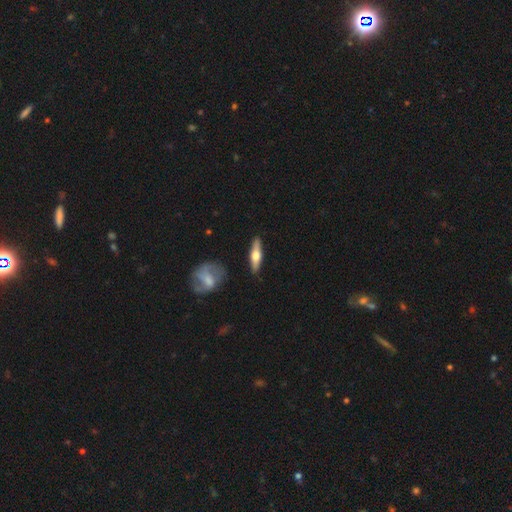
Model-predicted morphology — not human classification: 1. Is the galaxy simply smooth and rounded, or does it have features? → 54% featured or disk, 41% smooth, 5% star or artifact.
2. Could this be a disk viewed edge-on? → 91% yes, 9% no.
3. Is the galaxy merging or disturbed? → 87% none, 9% minor disturbance, 2% major disturbance, 2% merger.